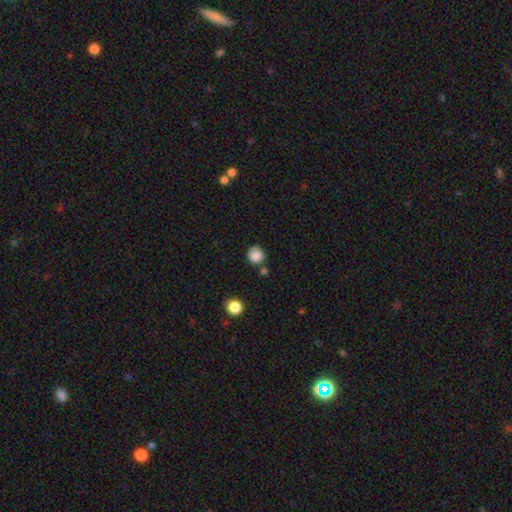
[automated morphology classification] Smooth or featured? Predicted: smooth (p=0.86). How rounded? Predicted: round (p=0.92). Merging? Predicted: none (p=0.76).